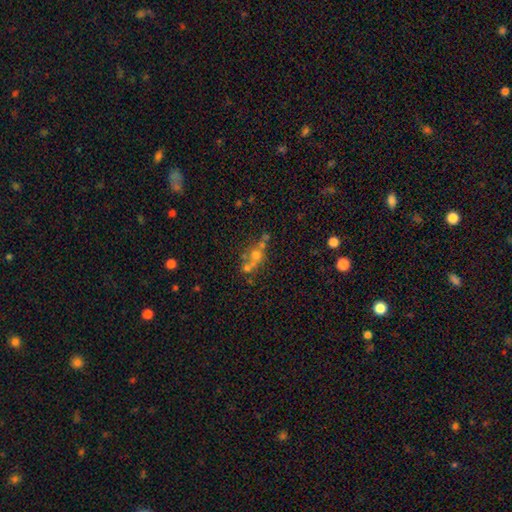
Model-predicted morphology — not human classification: Smooth or featured?
  - smooth: 43% *
  - featured or disk: 34%
  - star or artifact: 23%
Merging?
  - none: 42% *
  - merger: 39%
  - minor disturbance: 10%
  - major disturbance: 9%